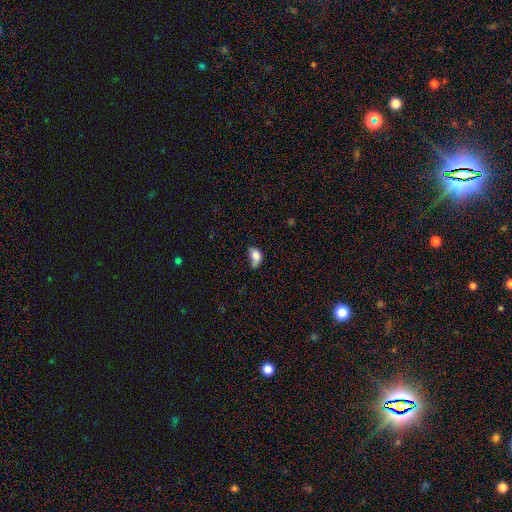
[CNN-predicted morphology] Smooth or featured? smooth (77%)
How rounded? in between (81%)
Merging? minor disturbance (39%)